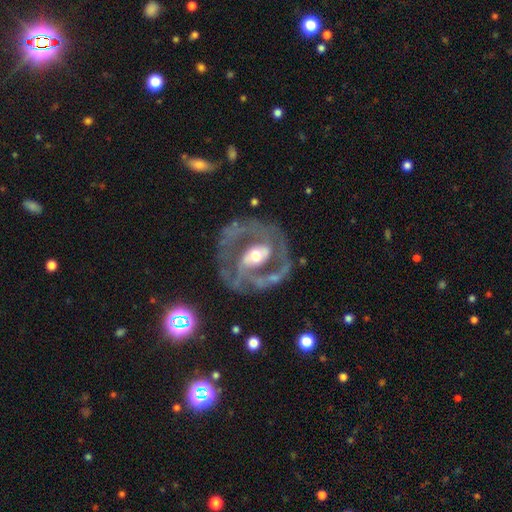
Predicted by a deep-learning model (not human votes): featured or disk 88%, smooth 7%, star or artifact 5%. Down the decision tree: edge-on disk — no (97%); bar — strong (36%); spiral arms — yes (90%); spiral arm count — 2 (76%); spiral winding — medium (52%); bulge size — moderate (67%); merging — none (65%).